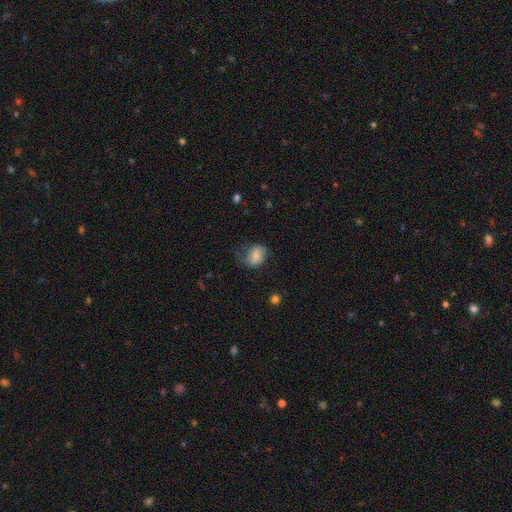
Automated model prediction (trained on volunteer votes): This is likely a smooth galaxy (68%). How rounded: likely in between (61%). Merging: possibly none (49%).